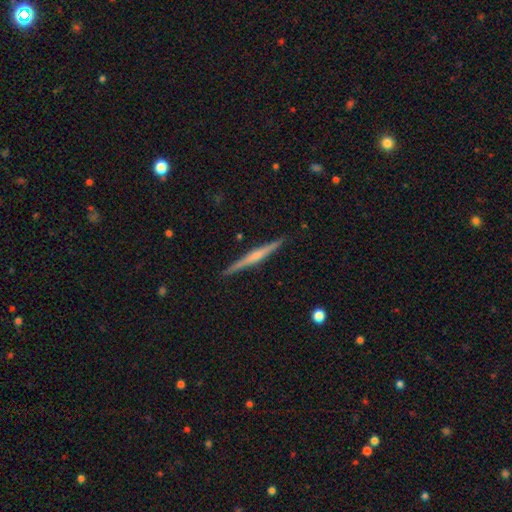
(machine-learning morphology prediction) Smooth or featured? Predicted: featured or disk (p=0.70). Edge-on disk? Predicted: yes (p=0.98). Edge-on bulge? Predicted: rounded (p=0.56). Merging? Predicted: none (p=0.91).